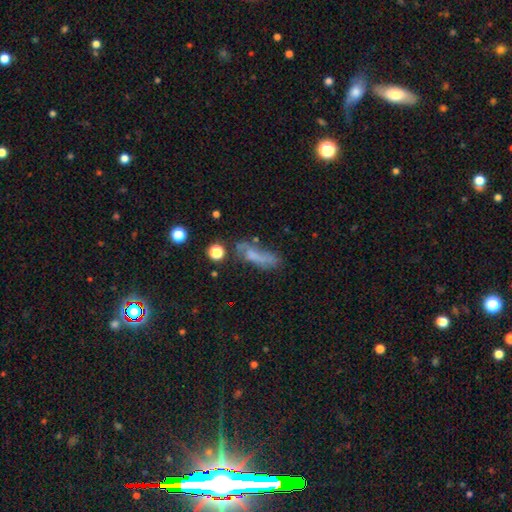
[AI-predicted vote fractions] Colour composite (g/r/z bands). It shows a smooth galaxy with no disk features (53%) that is cigar-shaped (50%). Merging: none (38%).